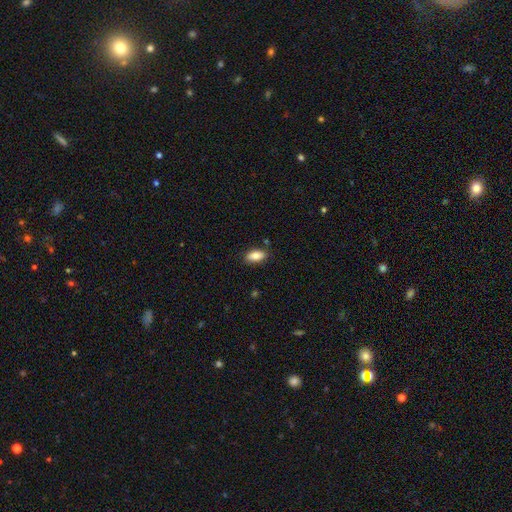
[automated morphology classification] The model was most divided on "smooth or featured": smooth: 83%, featured or disk: 10%, star or artifact: 7%. More confident: how rounded — in between (89%); merging — none (84%).